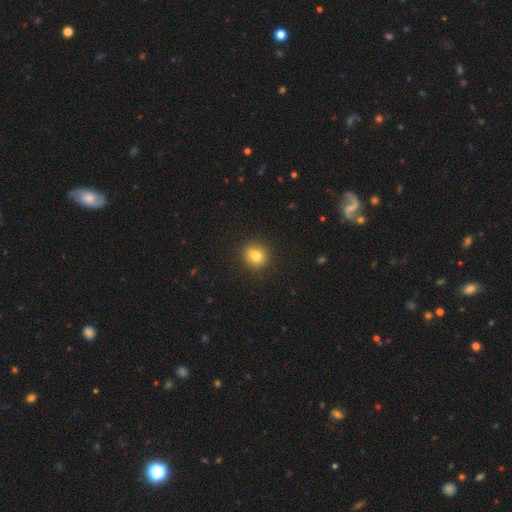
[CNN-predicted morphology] The model was most divided on "smooth or featured": smooth: 79%, star or artifact: 12%, featured or disk: 9%. More confident: merging — none (90%); how rounded — round (86%).